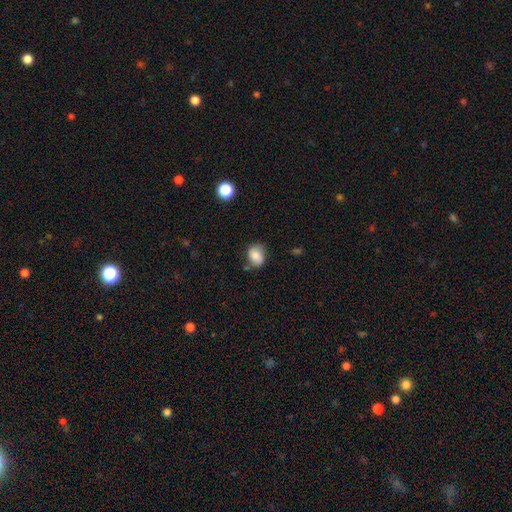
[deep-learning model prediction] Morphology: type=smooth (79%); roundness=in between (55%); merging=none (64%).